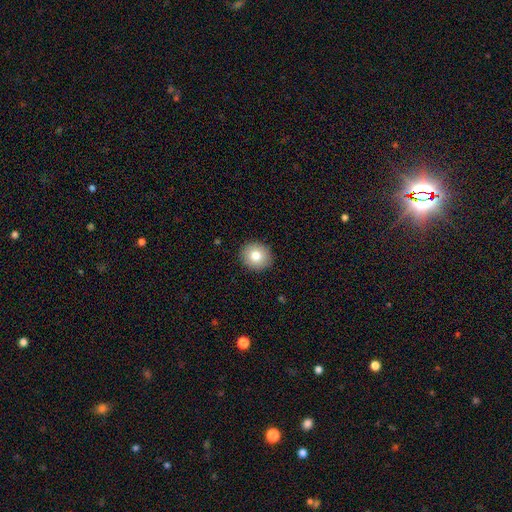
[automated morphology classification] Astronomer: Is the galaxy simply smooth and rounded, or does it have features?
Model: smooth — 79%.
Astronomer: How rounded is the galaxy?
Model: round — 87%.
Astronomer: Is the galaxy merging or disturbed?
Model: none — 91%.